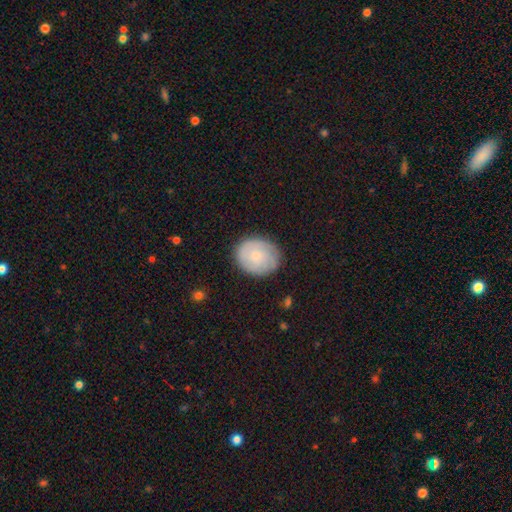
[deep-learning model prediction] This appears to be a smooth galaxy with no disk features (49%). Merging: none (81%).